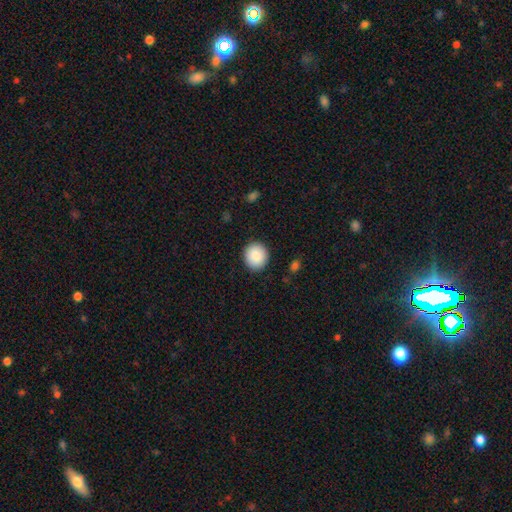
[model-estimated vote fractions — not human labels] Smooth or featured?
  - smooth: 88% *
  - star or artifact: 7%
  - featured or disk: 5%
How rounded?
  - round: 86% *
  - in between: 13%
  - cigar-shaped: 1%
Merging?
  - none: 91% *
  - minor disturbance: 6%
  - major disturbance: 2%
  - merger: 1%